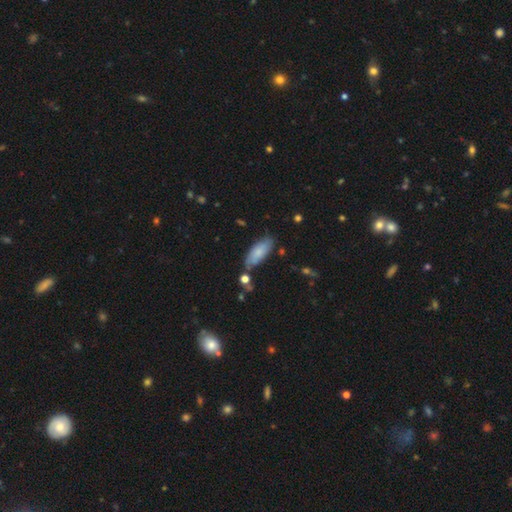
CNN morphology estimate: This appears to be a smooth galaxy with no disk features (72%) that is in between round and cigar-shaped (71%). Merging: none (75%).